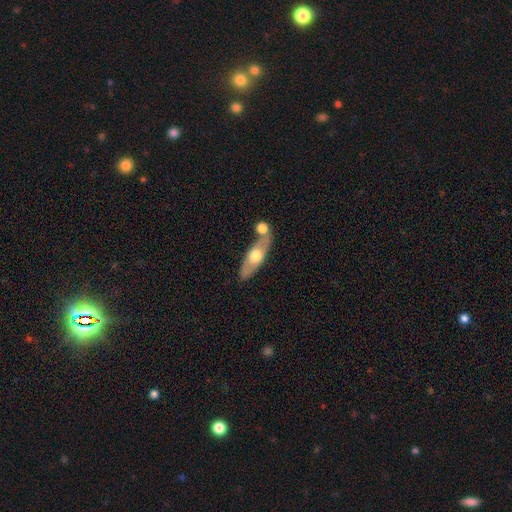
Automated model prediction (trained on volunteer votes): Smooth or featured? smooth (49%)
Merging? none (63%)